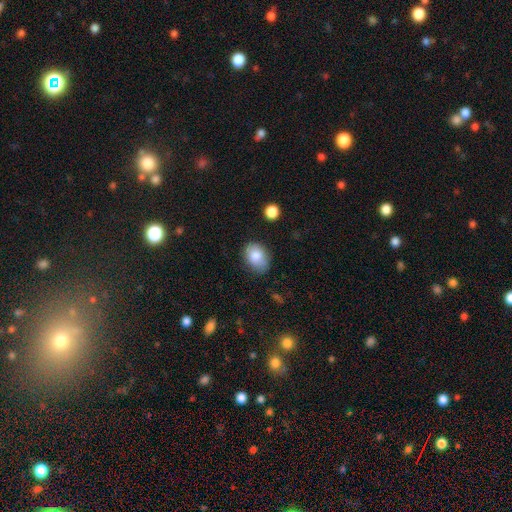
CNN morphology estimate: This appears to be a smooth galaxy with no disk features (82%) that is in between round and cigar-shaped (75%). Merging: none (76%).